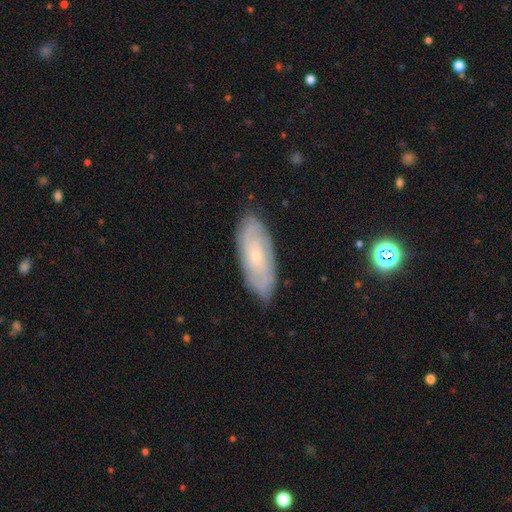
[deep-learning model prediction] This is likely a featured or disk galaxy (70%). It is clearly not viewed edge-on (89%). Bar: likely no (77%). Spiral arm pattern: clearly yes (89%). Spiral arm count: possibly can't tell (53%). Spiral winding: likely tight (69%). Central bulge: clearly small (82%). Merging: clearly none (82%).